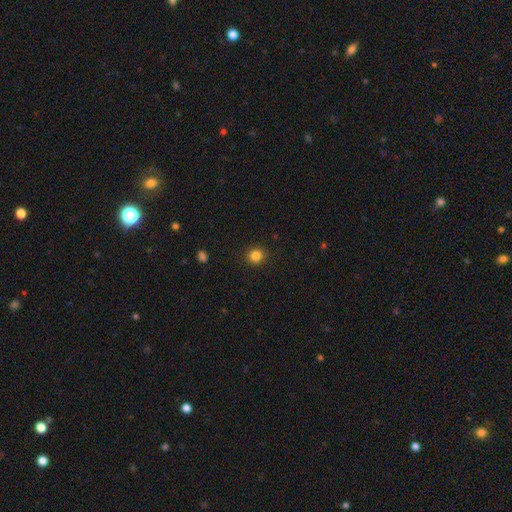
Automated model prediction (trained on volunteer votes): Smooth or featured? Predicted: smooth (p=0.84). How rounded? Predicted: round (p=0.87). Merging? Predicted: none (p=0.91).